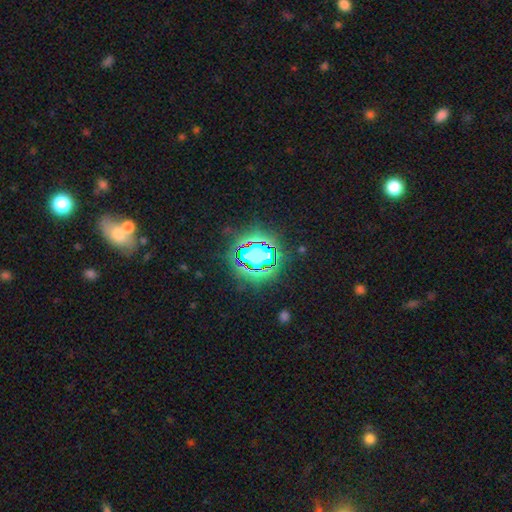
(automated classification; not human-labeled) Q: Smooth or featured?
A: star or artifact (71%); runner-up: smooth (17%)